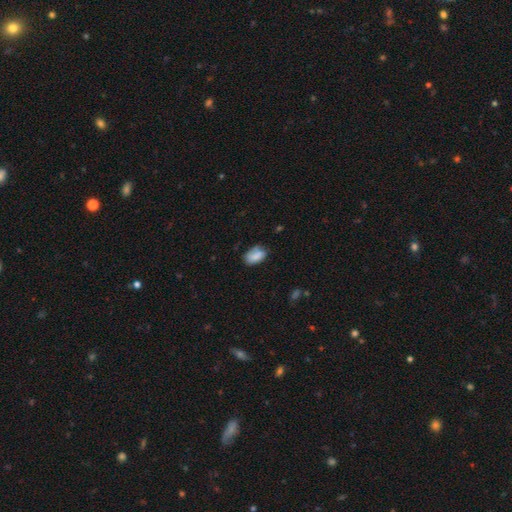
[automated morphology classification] Overall: smooth (81%). How rounded: in between (91%). Merging: none (61%; minor disturbance 29%).